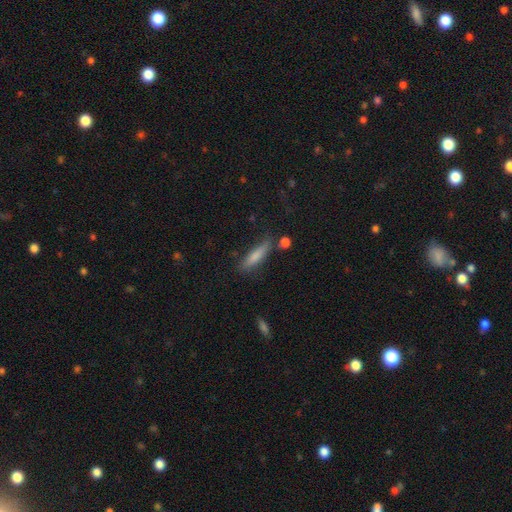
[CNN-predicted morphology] Smooth or featured: smooth — 74% (featured or disk — 19%)
How rounded: cigar-shaped — 79% (in between — 19%)
Merging: none — 71% (minor disturbance — 18%)